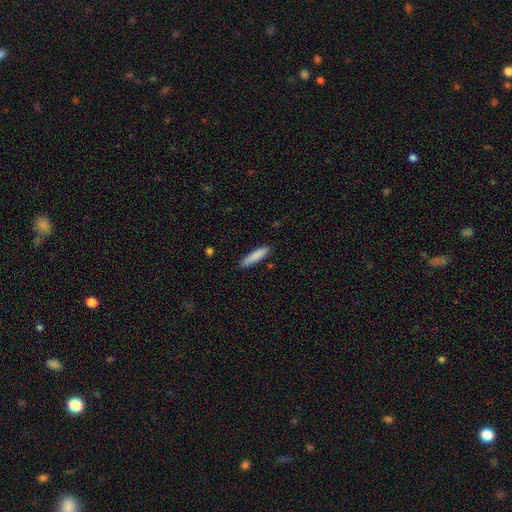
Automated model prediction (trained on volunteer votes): This is clearly a smooth galaxy (86%). How rounded: clearly cigar-shaped (83%). Merging: clearly none (87%).